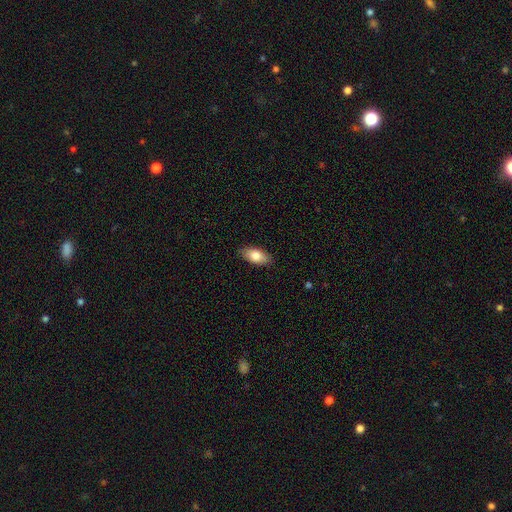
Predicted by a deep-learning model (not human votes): Overall: smooth (81%). How rounded: in between (91%). Merging: none (87%).